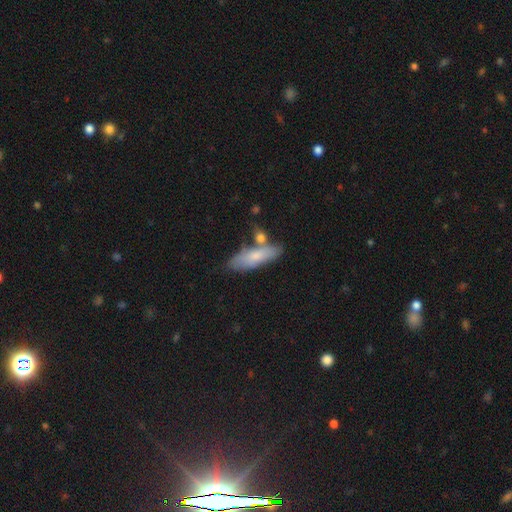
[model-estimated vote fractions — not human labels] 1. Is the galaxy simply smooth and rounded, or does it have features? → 71% smooth, 23% featured or disk, 6% star or artifact.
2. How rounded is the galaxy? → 49% in between, 48% cigar-shaped, 3% round.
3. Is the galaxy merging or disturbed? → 62% none, 18% minor disturbance, 16% merger, 4% major disturbance.